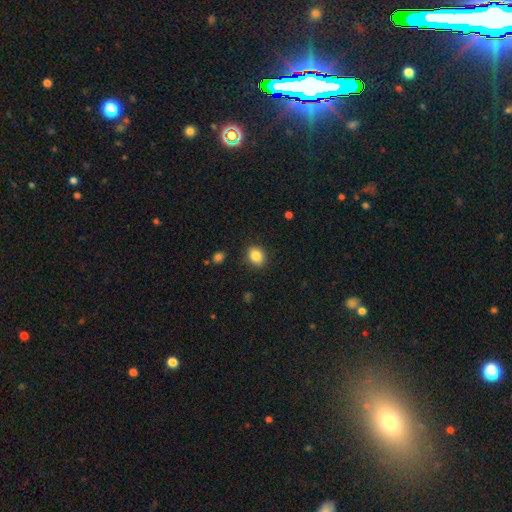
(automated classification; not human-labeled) This is clearly a smooth galaxy (85%). How rounded: possibly round (56%). Merging: clearly none (89%).